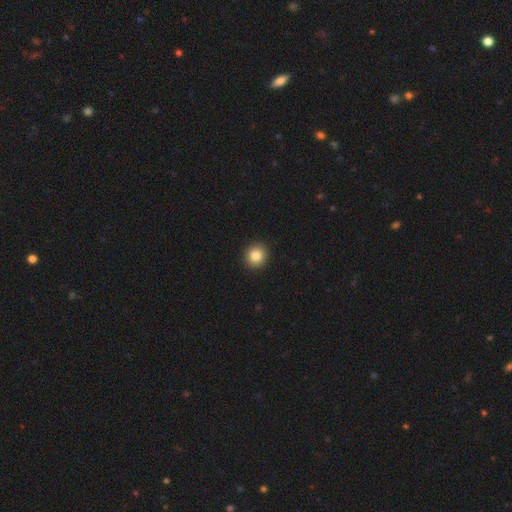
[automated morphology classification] The model was most divided on "smooth or featured": smooth: 85%, star or artifact: 10%, featured or disk: 5%. More confident: merging — none (93%); how rounded — round (89%).